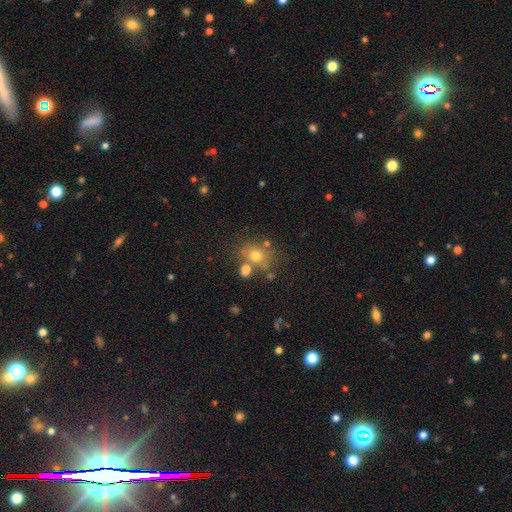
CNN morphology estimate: smooth-or-featured: smooth: 68% | star or artifact: 17% | featured or disk: 15%
  how-rounded: round: 61% | in between: 38% | cigar-shaped: 1%
  merging: none: 62% | merger: 19% | minor disturbance: 14% | major disturbance: 6%